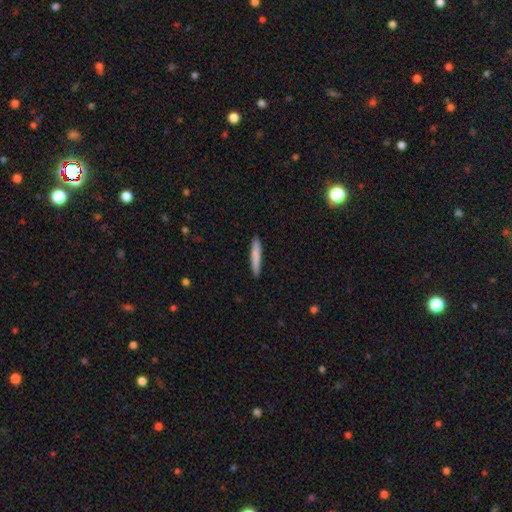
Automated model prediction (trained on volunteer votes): This appears to be a smooth galaxy with no disk features (80%) that is cigar-shaped (95%). Merging: none (91%).